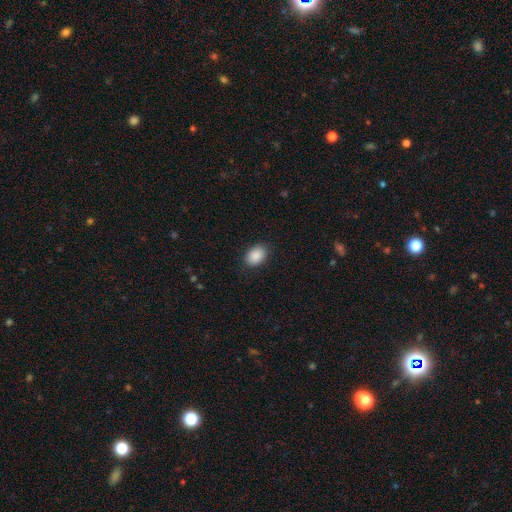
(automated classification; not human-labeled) smooth-or-featured: smooth: 90% | star or artifact: 7% | featured or disk: 3%
  how-rounded: in between: 81% | round: 18% | cigar-shaped: 1%
  merging: none: 87% | minor disturbance: 9% | major disturbance: 3% | merger: 1%